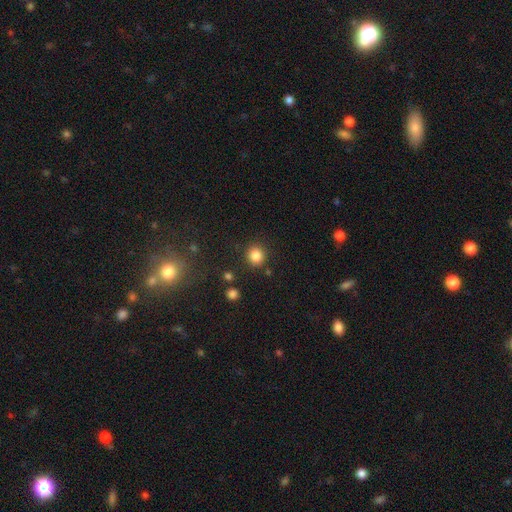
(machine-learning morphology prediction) Overall: smooth (84%). How rounded: round (90%). Merging: none (87%).